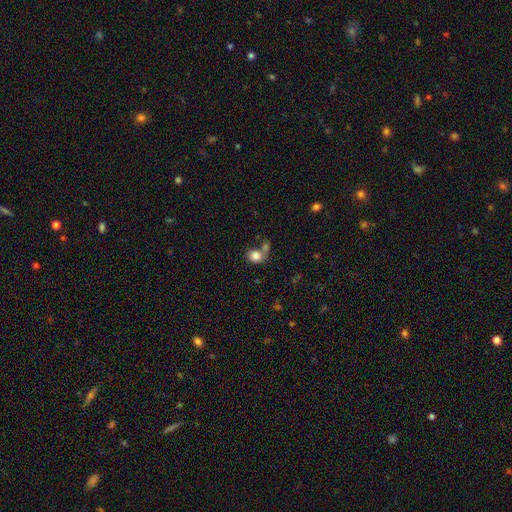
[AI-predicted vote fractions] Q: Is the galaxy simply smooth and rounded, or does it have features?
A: smooth — 81%.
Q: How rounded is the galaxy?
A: round — 66%.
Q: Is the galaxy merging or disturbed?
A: none — 41%.